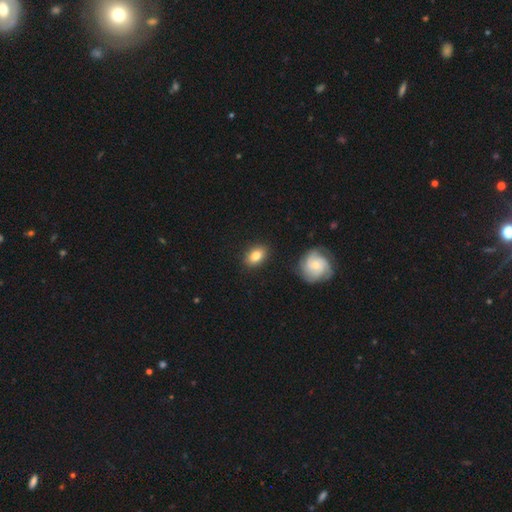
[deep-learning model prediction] Overall: smooth (77%). How rounded: in between (76%). Merging: none (86%).